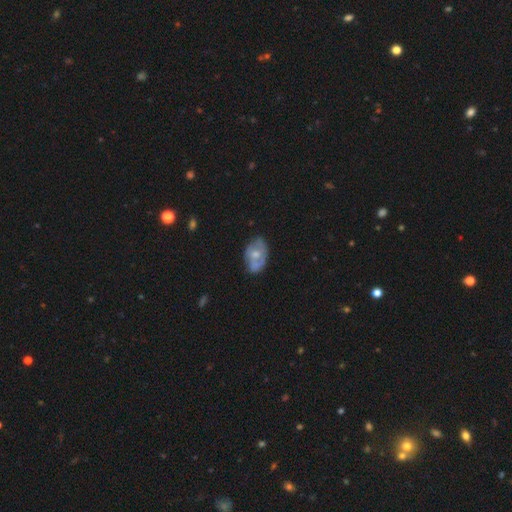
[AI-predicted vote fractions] Smooth or featured?
  - featured or disk: 50% *
  - smooth: 43%
  - star or artifact: 7%
Edge-on disk?
  - no: 95% *
  - yes: 5%
Merging?
  - none: 54% *
  - minor disturbance: 31%
  - major disturbance: 11%
  - merger: 4%